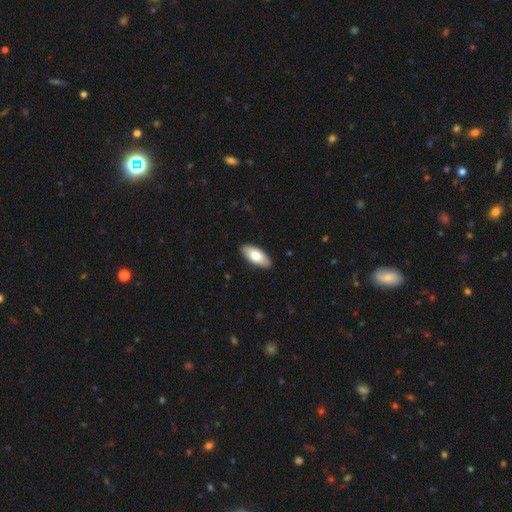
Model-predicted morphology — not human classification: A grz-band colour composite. It shows a smooth galaxy with no disk features (77%) that is in between round and cigar-shaped (87%). Merging: none (90%).